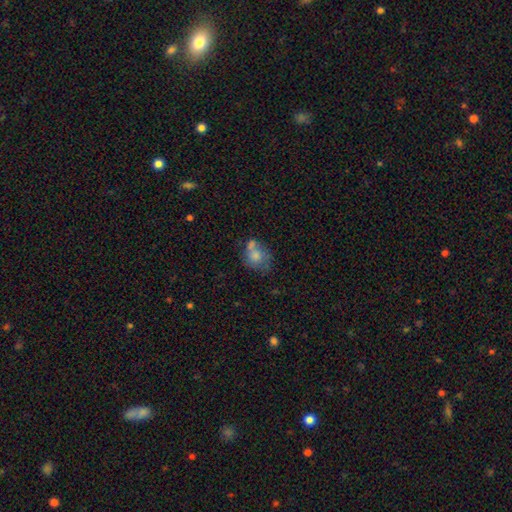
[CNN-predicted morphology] Smooth or featured?
  - smooth: 68% *
  - featured or disk: 23%
  - star or artifact: 10%
How rounded?
  - round: 60% *
  - in between: 39%
  - cigar-shaped: 1%
Merging?
  - merger: 37% *
  - none: 33%
  - minor disturbance: 18%
  - major disturbance: 12%